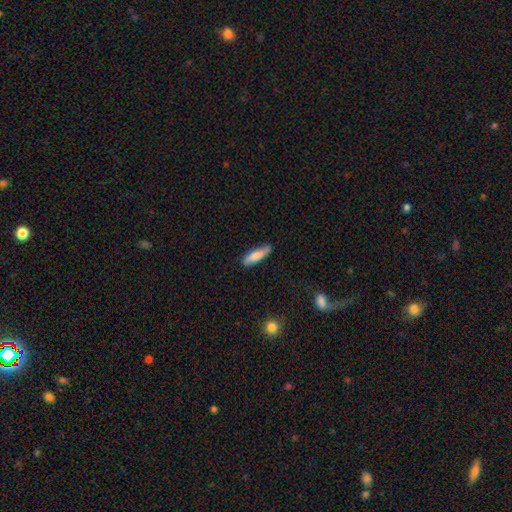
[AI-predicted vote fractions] This is likely a smooth galaxy (75%). How rounded: likely cigar-shaped (67%). Merging: likely none (76%).